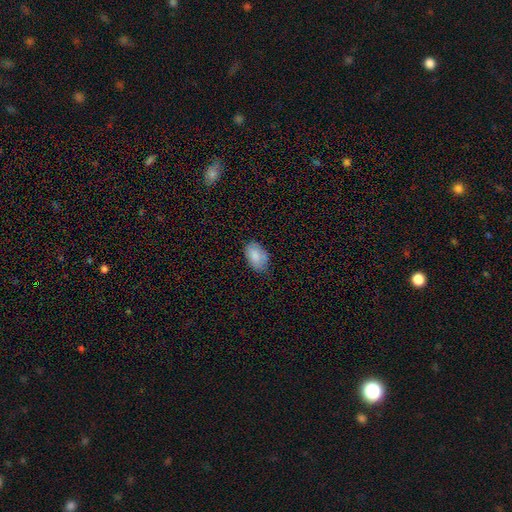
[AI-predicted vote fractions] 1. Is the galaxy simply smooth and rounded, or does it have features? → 85% smooth, 8% featured or disk, 7% star or artifact.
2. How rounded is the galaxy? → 92% in between, 6% round, 1% cigar-shaped.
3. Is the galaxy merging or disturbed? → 72% none, 23% minor disturbance, 4% major disturbance, 1% merger.